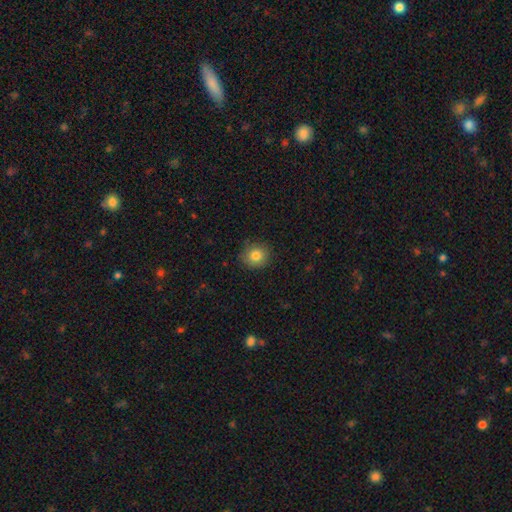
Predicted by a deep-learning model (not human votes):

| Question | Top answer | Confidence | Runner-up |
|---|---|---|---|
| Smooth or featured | smooth | 81% | star or artifact (11%) |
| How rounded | round | 87% | in between (12%) |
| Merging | none | 85% | minor disturbance (11%) |